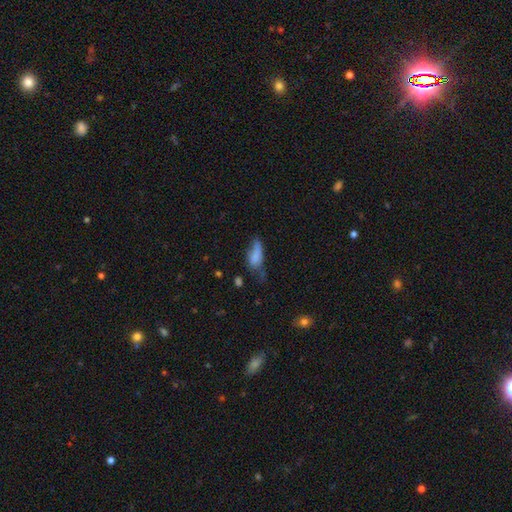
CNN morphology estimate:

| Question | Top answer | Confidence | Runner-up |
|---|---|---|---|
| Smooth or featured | smooth | 73% | featured or disk (18%) |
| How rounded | in between | 77% | cigar-shaped (19%) |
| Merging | minor disturbance | 35% | major disturbance (32%) |